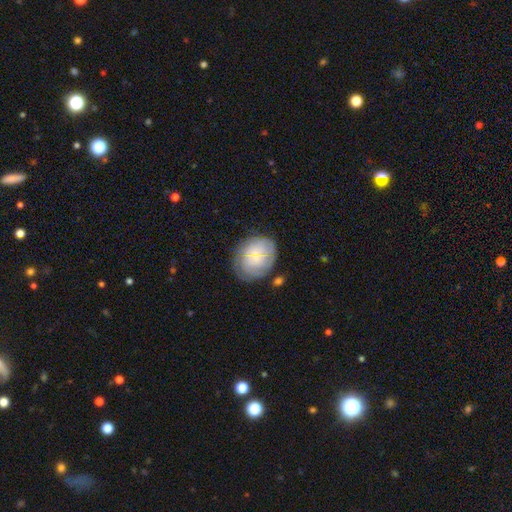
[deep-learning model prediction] smooth_or_featured: smooth (p=0.53) [alt: featured or disk p=0.38]
how_rounded: round (p=0.56) [alt: in between p=0.43]
merging: none (p=0.66) [alt: minor disturbance p=0.21]